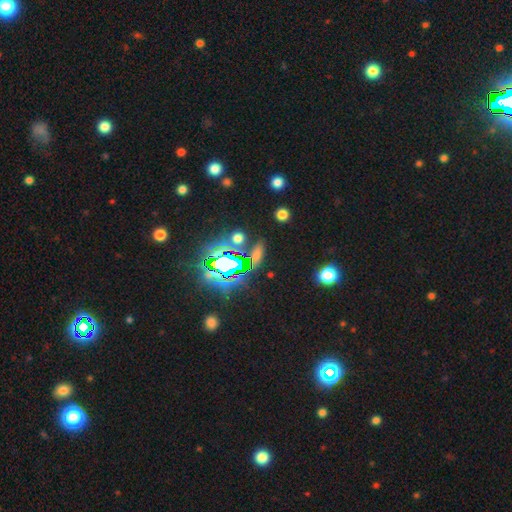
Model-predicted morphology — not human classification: smooth_or_featured: star or artifact (p=0.53) [alt: smooth p=0.36]